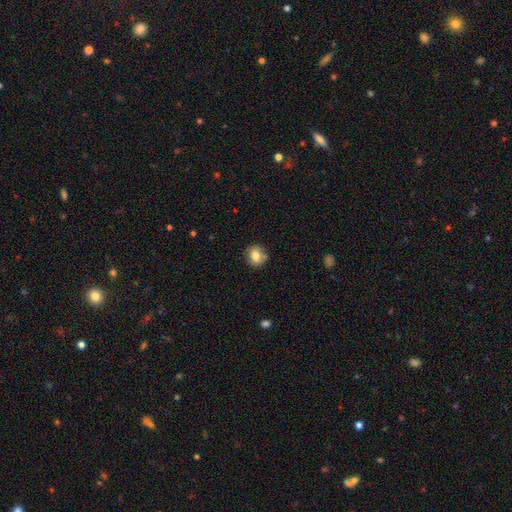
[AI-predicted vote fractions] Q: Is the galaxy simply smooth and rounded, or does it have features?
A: smooth — 78%.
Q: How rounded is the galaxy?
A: round — 77%.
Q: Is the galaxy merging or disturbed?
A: none — 78%.